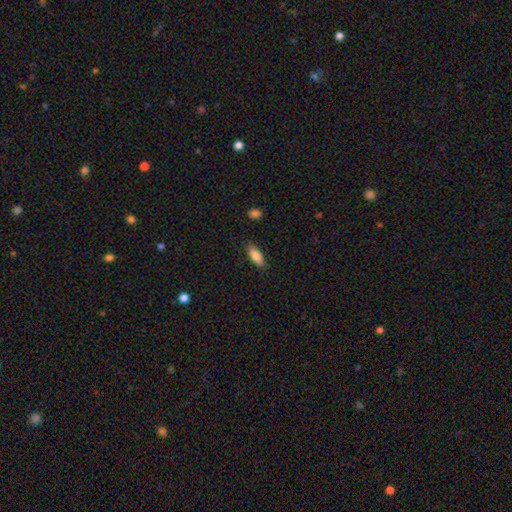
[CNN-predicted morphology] This appears to be a smooth galaxy with no disk features (81%) that is in between round and cigar-shaped (72%). Merging: none (85%).